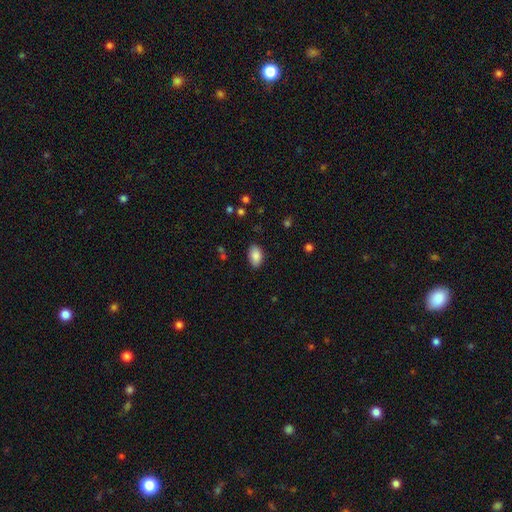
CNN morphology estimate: type=smooth (87%); roundness=in between (92%); merging=none (86%).